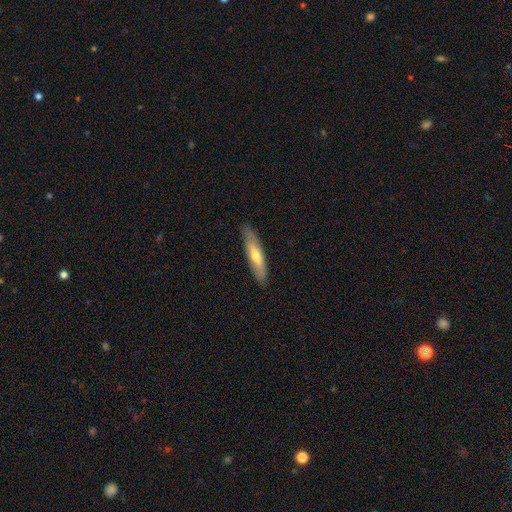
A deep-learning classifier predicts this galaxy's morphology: Smooth or featured? smooth (58%)
How rounded? cigar-shaped (81%)
Merging? none (87%)